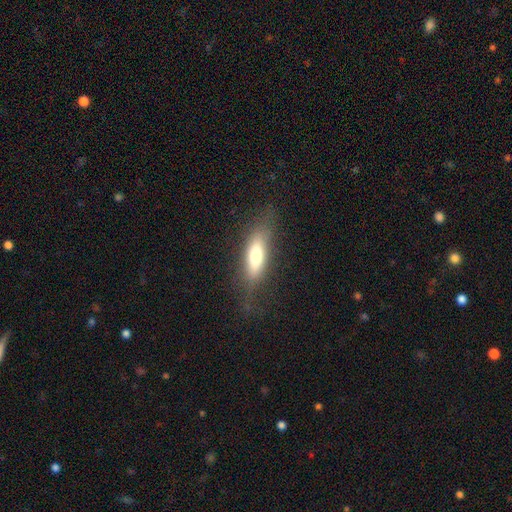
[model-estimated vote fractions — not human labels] This is likely a smooth galaxy (64%). How rounded: possibly in between (49%). Merging: likely none (71%).